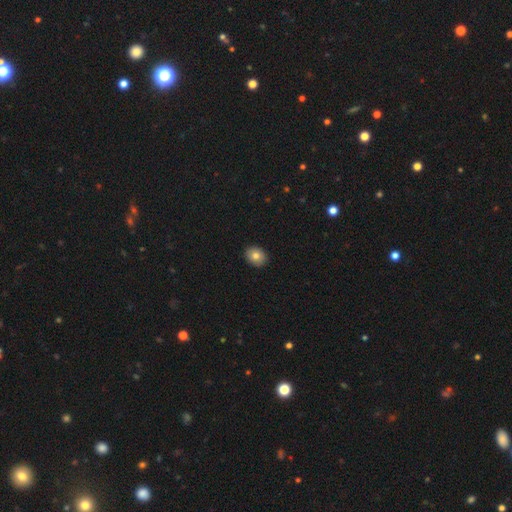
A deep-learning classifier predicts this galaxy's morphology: smooth_or_featured: smooth (p=0.80) [alt: featured or disk p=0.11]
how_rounded: round (p=0.52) [alt: in between p=0.47]
merging: none (p=0.91) [alt: minor disturbance p=0.07]